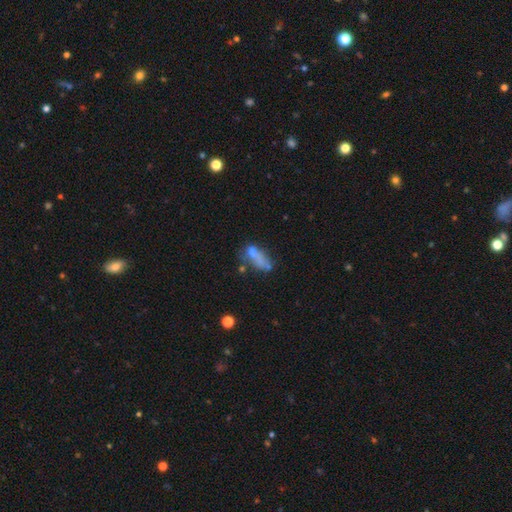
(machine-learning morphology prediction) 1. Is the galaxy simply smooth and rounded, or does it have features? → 56% smooth, 30% featured or disk, 14% star or artifact.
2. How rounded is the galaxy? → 66% in between, 30% cigar-shaped, 5% round.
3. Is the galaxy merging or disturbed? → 34% none, 23% merger, 22% major disturbance, 21% minor disturbance.